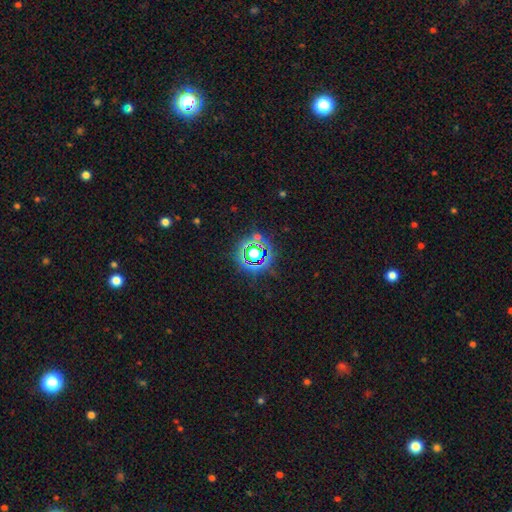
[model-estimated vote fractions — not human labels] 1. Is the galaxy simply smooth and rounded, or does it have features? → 68% star or artifact, 21% smooth, 11% featured or disk.